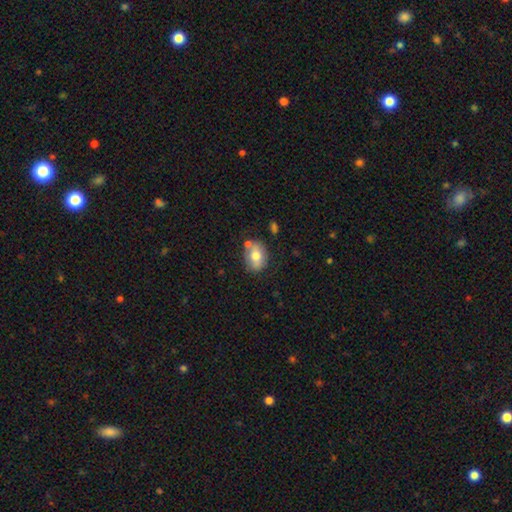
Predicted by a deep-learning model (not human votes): Q: Smooth or featured?
A: smooth (69%); runner-up: featured or disk (24%)
Q: How rounded?
A: in between (70%); runner-up: round (29%)
Q: Merging?
A: none (66%); runner-up: minor disturbance (18%)